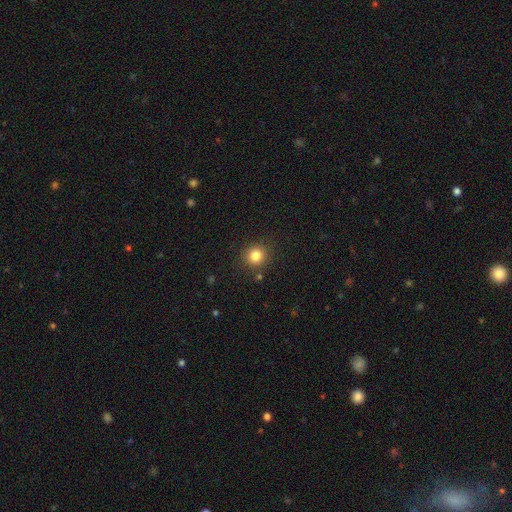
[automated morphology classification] The model was most divided on "smooth or featured": smooth: 83%, star or artifact: 12%, featured or disk: 5%. More confident: how rounded — round (90%); merging — none (87%).